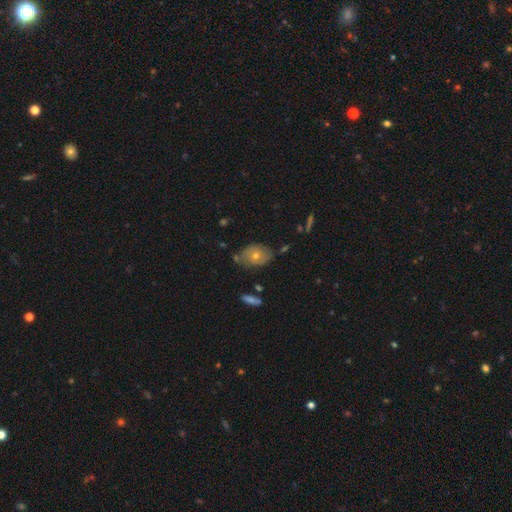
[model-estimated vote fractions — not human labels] Smooth or featured? Predicted: featured or disk (p=0.48). Merging? Predicted: none (p=0.69).